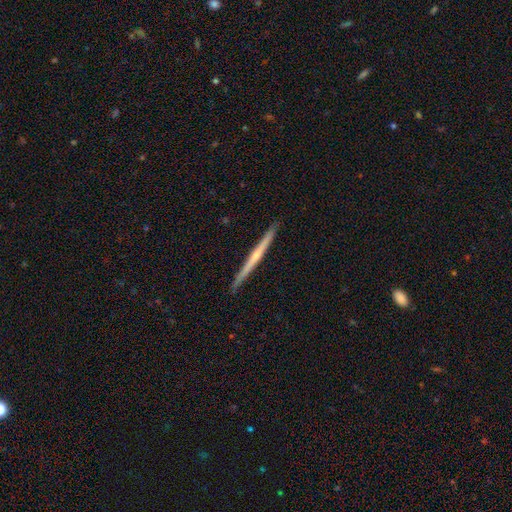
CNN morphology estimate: smooth-or-featured: featured or disk: 70% | smooth: 24% | star or artifact: 6%
  disk-edge-on: yes: 98% | no: 2%
    edge-on-bulge: rounded: 54% | none: 41% | boxy: 4%
  merging: none: 92% | minor disturbance: 6% | major disturbance: 1% | merger: 1%